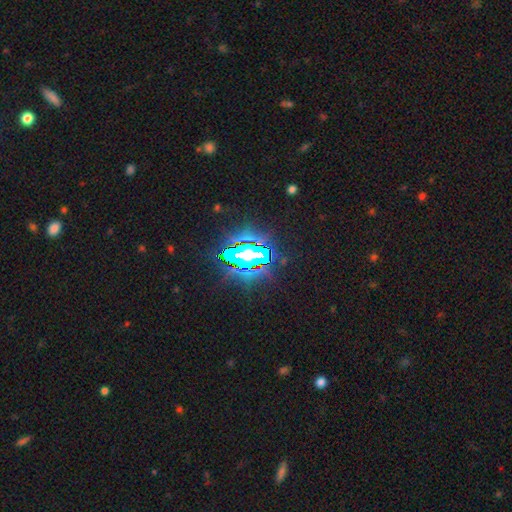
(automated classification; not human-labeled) smooth-or-featured: star or artifact: 80% | smooth: 11% | featured or disk: 9%